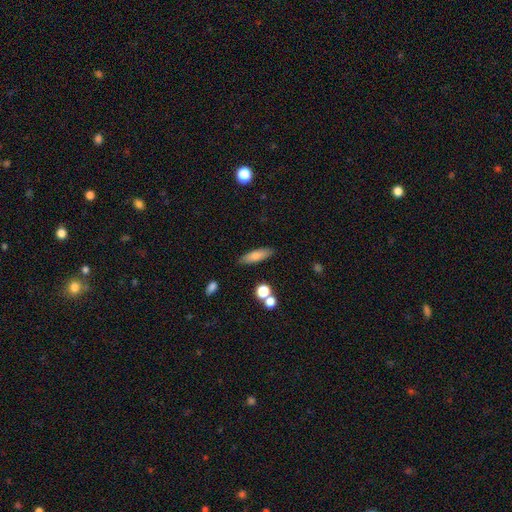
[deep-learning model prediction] smooth 77%, featured or disk 15%, star or artifact 8%. Down the decision tree: how rounded — cigar-shaped (59%); merging — none (84%).